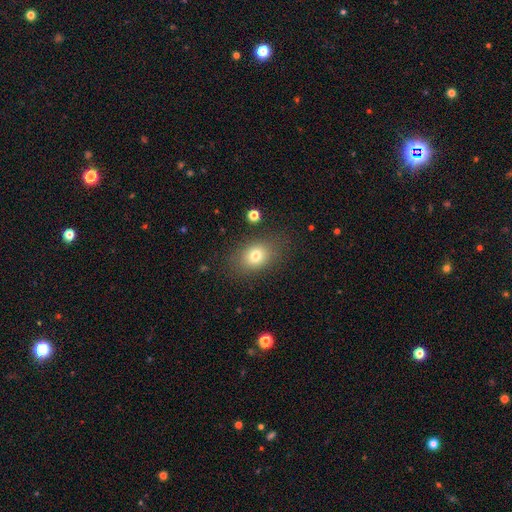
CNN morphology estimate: Smooth or featured?
  - smooth: 76% *
  - featured or disk: 12%
  - star or artifact: 12%
How rounded?
  - in between: 69% *
  - round: 30%
  - cigar-shaped: 1%
Merging?
  - none: 80% *
  - minor disturbance: 13%
  - major disturbance: 5%
  - merger: 2%